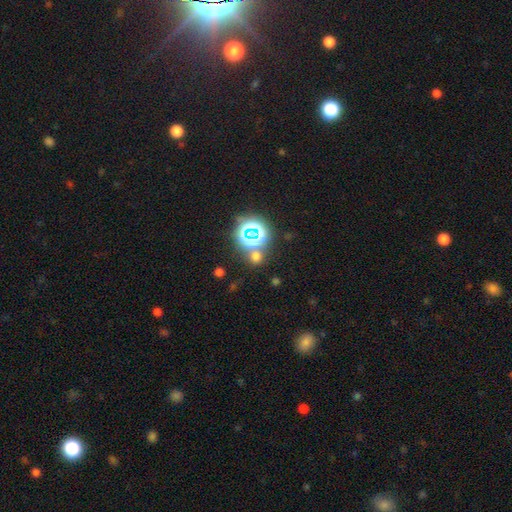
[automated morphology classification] This appears to be a smooth galaxy with no disk features (48%). Merging: none (71%).